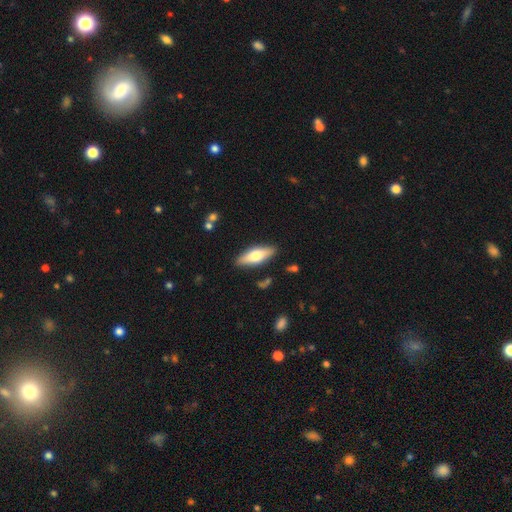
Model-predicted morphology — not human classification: The model was most divided on "how rounded": in between: 61%, cigar-shaped: 36%, round: 2%. More confident: merging — none (86%); smooth or featured — smooth (60%).